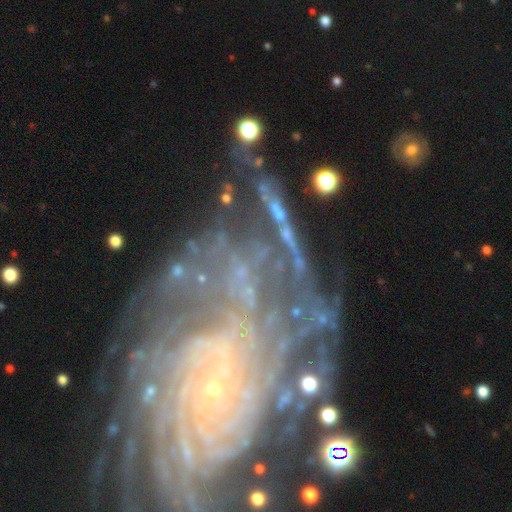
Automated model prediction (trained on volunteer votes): The model was most divided on "bulge size": small: 53%, none: 23%, moderate: 16%, large: 4%, dominant: 3%. More confident: edge-on disk — no (88%); spiral arms — yes (84%); smooth or featured — featured or disk (68%); bar — no (59%); merging — none (59%).